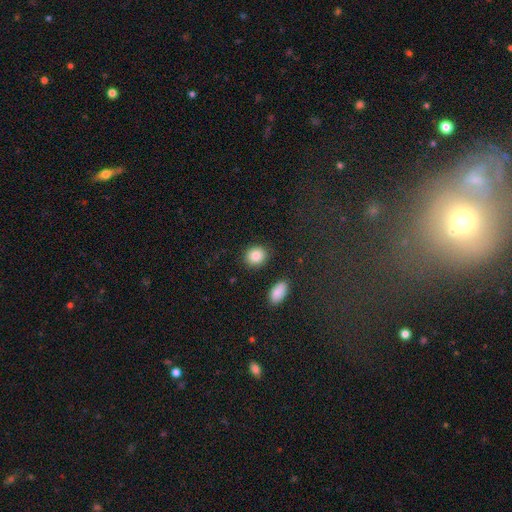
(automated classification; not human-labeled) smooth 87%, star or artifact 8%, featured or disk 5%. Down the decision tree: how rounded — round (69%); merging — none (87%).